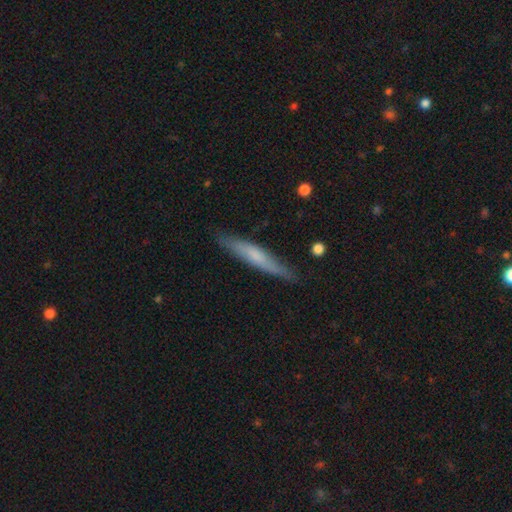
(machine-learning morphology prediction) The model was most divided on "smooth or featured": smooth: 55%, featured or disk: 39%, star or artifact: 6%. More confident: how rounded — cigar-shaped (92%); merging — none (82%).